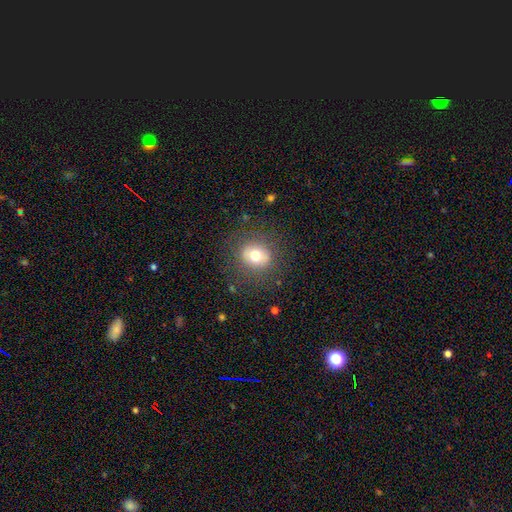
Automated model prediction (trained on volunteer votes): Smooth or featured?
  - smooth: 68% *
  - featured or disk: 20%
  - star or artifact: 12%
How rounded?
  - round: 77% *
  - in between: 22%
  - cigar-shaped: 1%
Merging?
  - none: 81% *
  - minor disturbance: 12%
  - major disturbance: 6%
  - merger: 1%